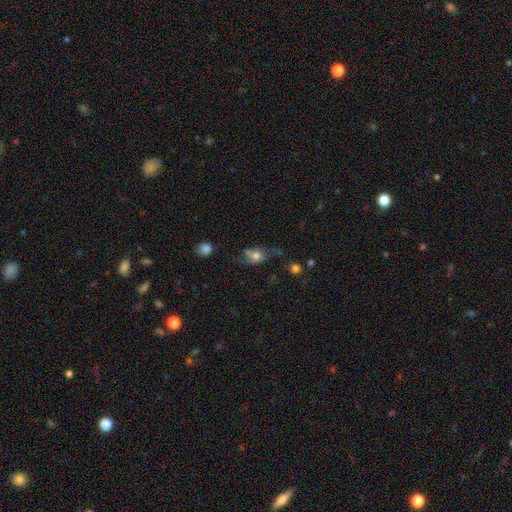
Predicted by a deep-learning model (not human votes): Q: Smooth or featured?
A: smooth (57%); runner-up: featured or disk (32%)
Q: How rounded?
A: in between (64%); runner-up: round (31%)
Q: Merging?
A: none (45%); runner-up: minor disturbance (30%)